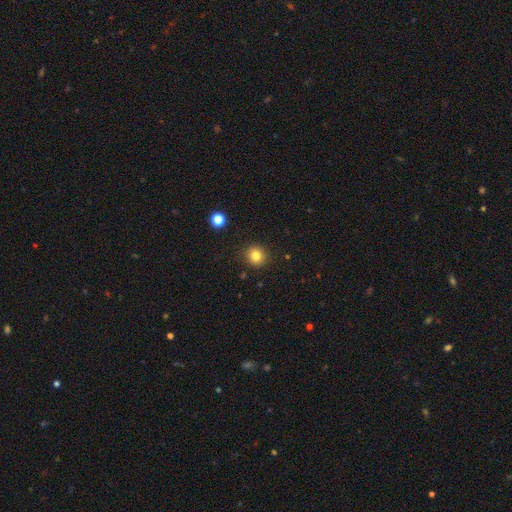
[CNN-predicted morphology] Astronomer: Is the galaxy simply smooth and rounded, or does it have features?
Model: smooth — 82%.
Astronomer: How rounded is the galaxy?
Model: round — 91%.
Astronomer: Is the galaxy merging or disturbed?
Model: none — 91%.